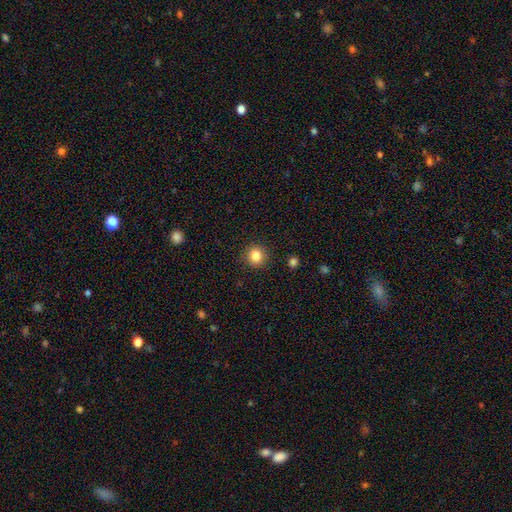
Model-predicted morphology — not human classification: Smooth or featured? Predicted: smooth (p=0.84). How rounded? Predicted: round (p=0.91). Merging? Predicted: none (p=0.91).